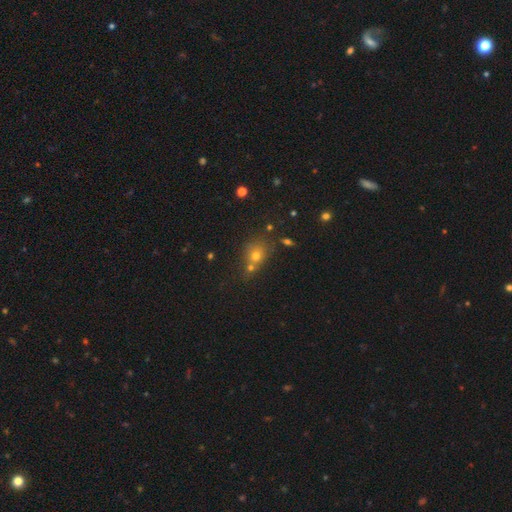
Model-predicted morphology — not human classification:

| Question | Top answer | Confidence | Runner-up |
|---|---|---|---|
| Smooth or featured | smooth | 64% | star or artifact (23%) |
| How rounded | round | 67% | in between (31%) |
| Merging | none | 54% | merger (30%) |